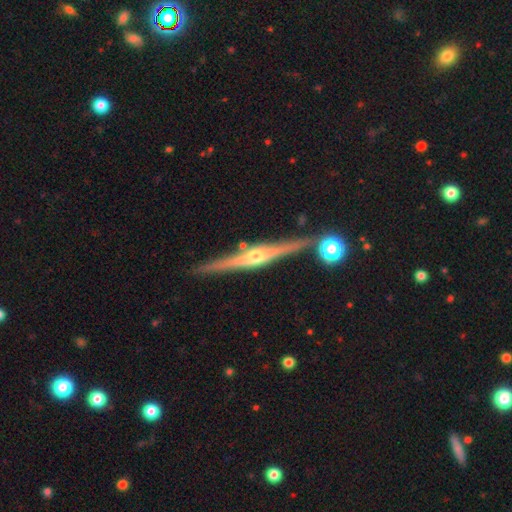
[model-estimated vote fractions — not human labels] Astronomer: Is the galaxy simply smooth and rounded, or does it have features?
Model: featured or disk — 86%.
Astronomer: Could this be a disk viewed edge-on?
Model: yes — 98%.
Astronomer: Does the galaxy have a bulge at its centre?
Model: rounded — 88%.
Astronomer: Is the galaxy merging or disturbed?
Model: none — 87%.